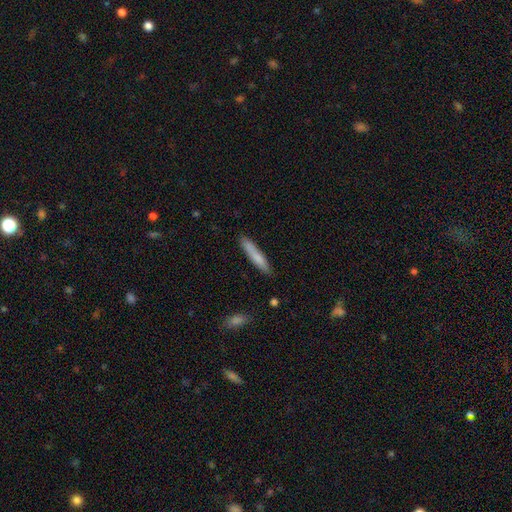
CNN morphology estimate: This is likely a smooth galaxy (77%). How rounded: clearly cigar-shaped (92%). Merging: clearly none (84%).